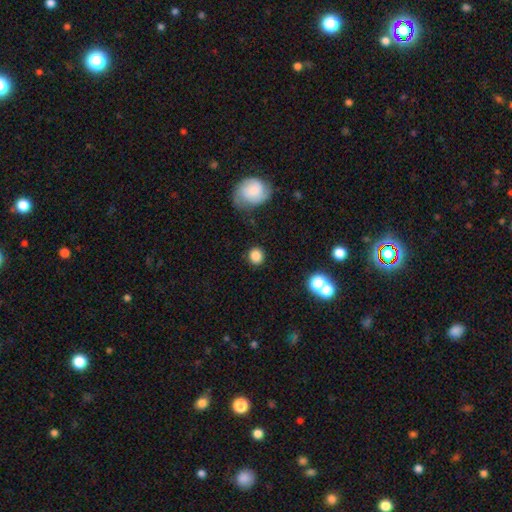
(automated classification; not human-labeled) A smooth galaxy with no disk features (84%) that is round (87%). Merging: none (85%).